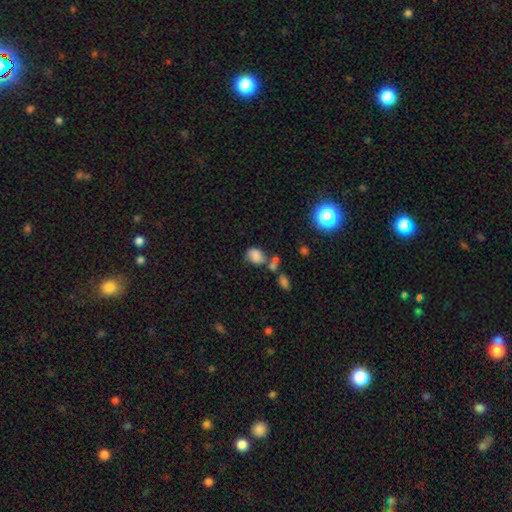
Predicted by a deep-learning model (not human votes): Overall: smooth (72%). How rounded: in between (66%; round 33%). Merging: none (40%; merger 25%).